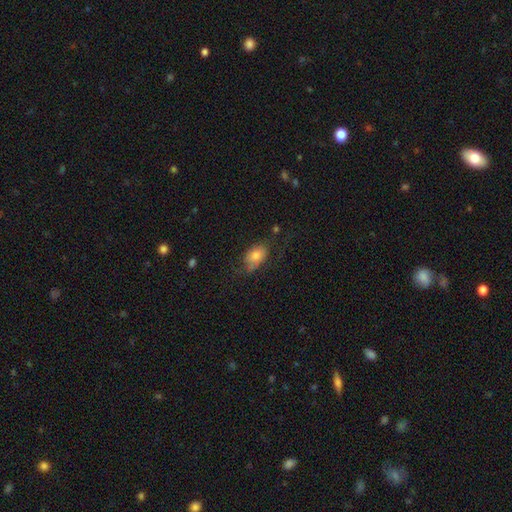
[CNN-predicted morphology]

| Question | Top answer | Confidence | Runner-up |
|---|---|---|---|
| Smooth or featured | smooth | 71% | featured or disk (20%) |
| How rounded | in between | 88% | round (10%) |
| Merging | none | 52% | minor disturbance (28%) |